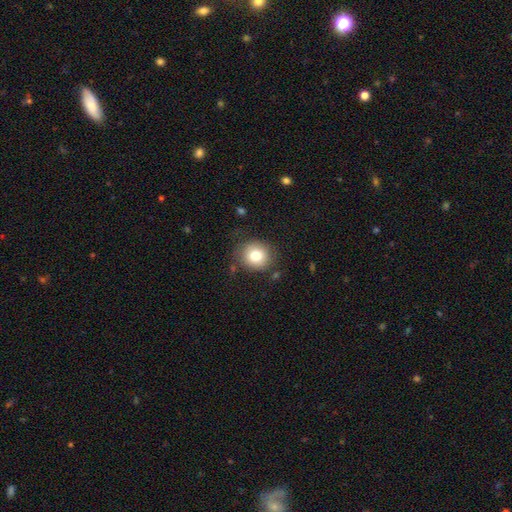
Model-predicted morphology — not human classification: Smooth or featured? smooth (78%)
How rounded? round (87%)
Merging? none (81%)